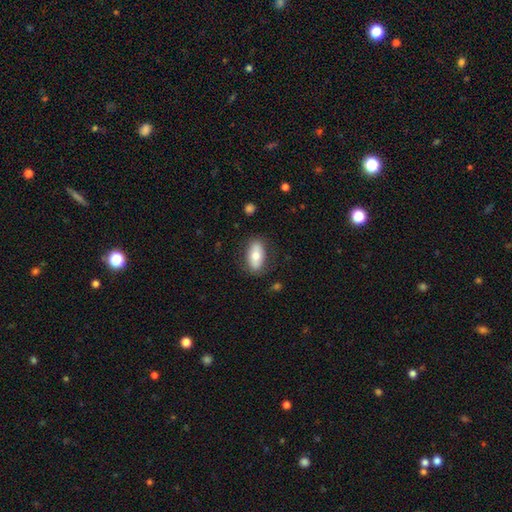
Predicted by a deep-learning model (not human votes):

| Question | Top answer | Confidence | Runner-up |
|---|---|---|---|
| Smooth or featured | smooth | 71% | featured or disk (23%) |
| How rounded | in between | 87% | cigar-shaped (9%) |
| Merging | none | 81% | minor disturbance (13%) |